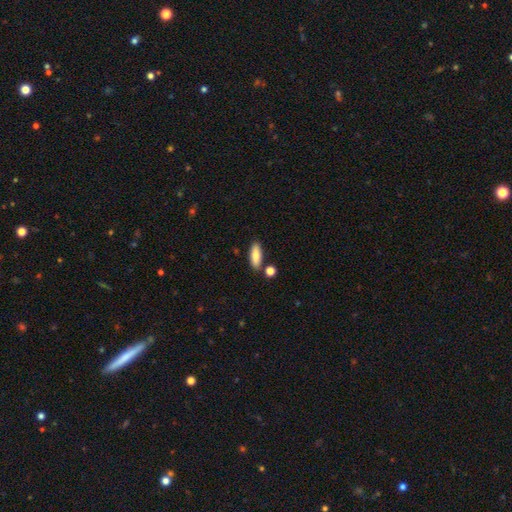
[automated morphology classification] smooth-or-featured: smooth: 85% | featured or disk: 9% | star or artifact: 6%
  how-rounded: in between: 67% | cigar-shaped: 31% | round: 3%
  merging: none: 80% | minor disturbance: 10% | merger: 7% | major disturbance: 2%